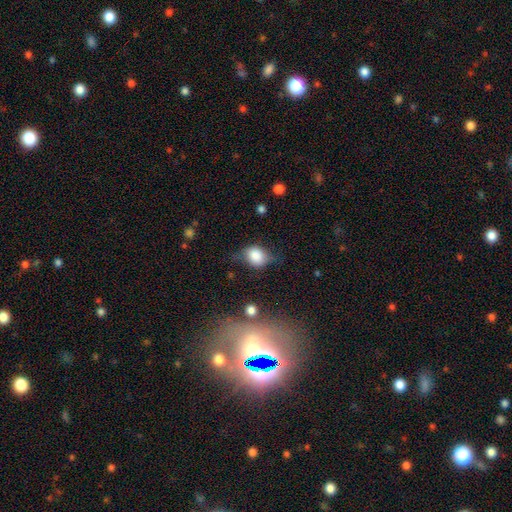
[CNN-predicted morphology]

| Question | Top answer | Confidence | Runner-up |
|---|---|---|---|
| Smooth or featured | smooth | 76% | featured or disk (15%) |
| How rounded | in between | 50% | round (48%) |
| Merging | none | 49% | minor disturbance (32%) |